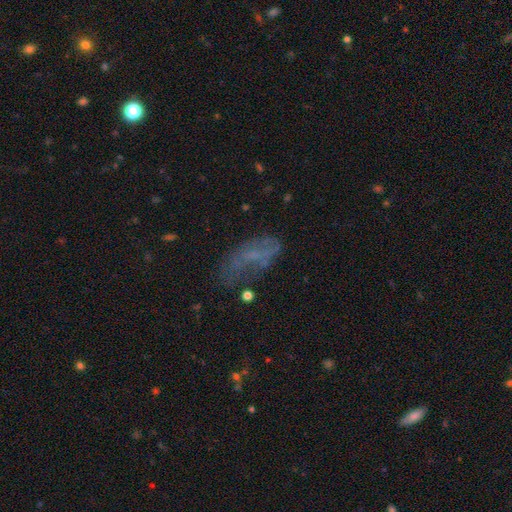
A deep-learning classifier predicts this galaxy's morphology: Overall: featured or disk (45%; smooth 40%). Merging: none (43%; major disturbance 26%).